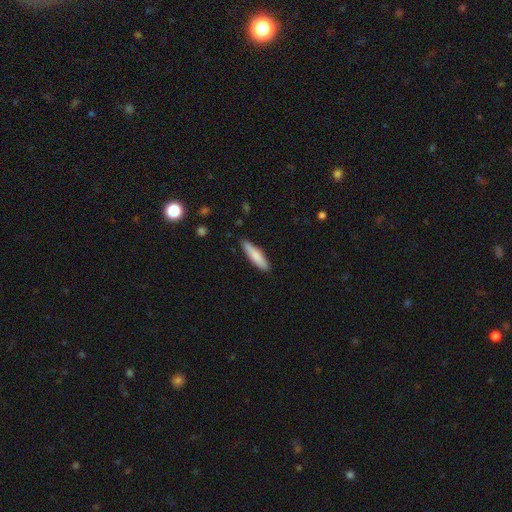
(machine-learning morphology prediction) Smooth or featured? Predicted: smooth (p=0.81). How rounded? Predicted: cigar-shaped (p=0.77). Merging? Predicted: none (p=0.87).